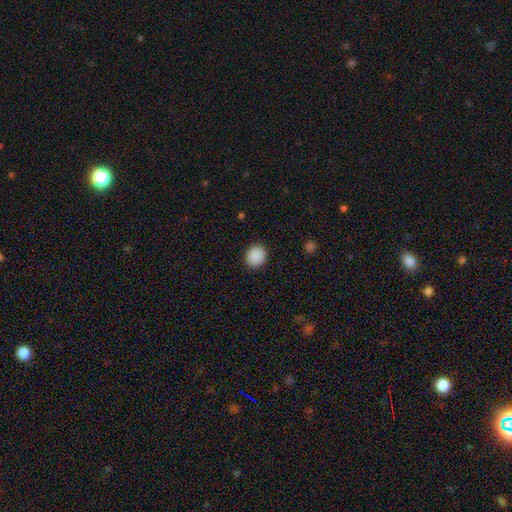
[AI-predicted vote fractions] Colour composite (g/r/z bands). It shows a smooth galaxy with no disk features (90%) that is round (79%). Merging: none (91%).